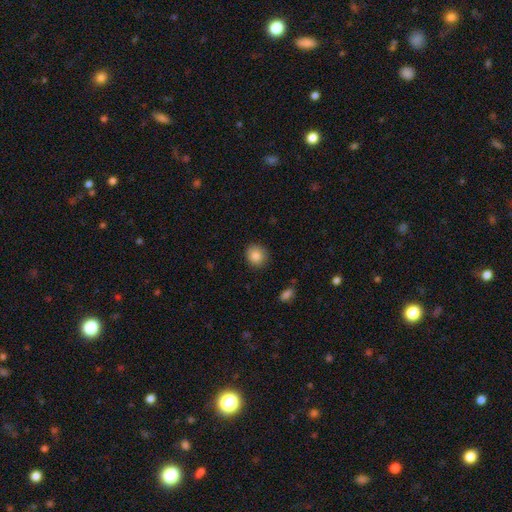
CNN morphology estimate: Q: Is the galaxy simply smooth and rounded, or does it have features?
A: smooth — 86%.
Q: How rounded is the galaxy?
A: round — 86%.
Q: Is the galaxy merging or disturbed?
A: none — 88%.